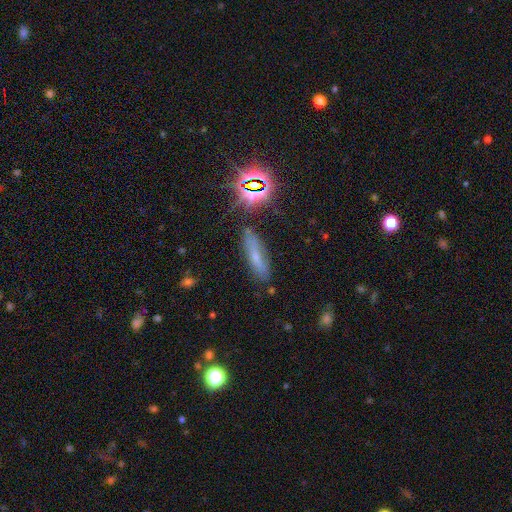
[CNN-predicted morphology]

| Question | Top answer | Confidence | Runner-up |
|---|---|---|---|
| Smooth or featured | smooth | 48% | featured or disk (26%) |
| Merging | none | 75% | minor disturbance (16%) |